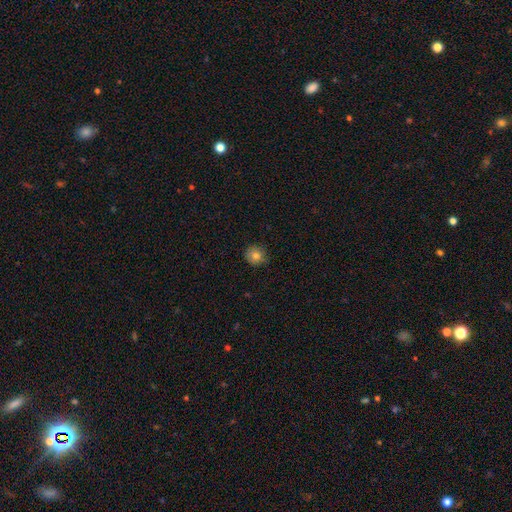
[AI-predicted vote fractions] A smooth galaxy with no disk features (80%) that is round (92%). Merging: none (85%).